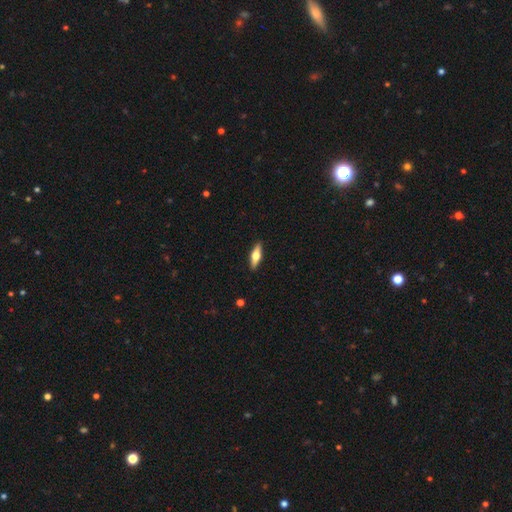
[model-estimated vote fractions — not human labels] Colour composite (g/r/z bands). It shows a featured or disk galaxy (50%) viewed edge-on (93%). Merging: none (90%).